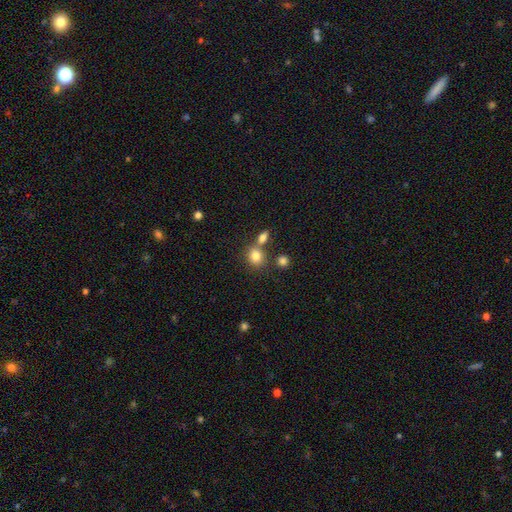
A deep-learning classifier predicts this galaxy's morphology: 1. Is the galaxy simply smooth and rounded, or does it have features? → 81% smooth, 11% star or artifact, 8% featured or disk.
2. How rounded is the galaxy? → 68% round, 31% in between, 1% cigar-shaped.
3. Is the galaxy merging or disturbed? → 59% none, 27% merger, 11% minor disturbance, 4% major disturbance.